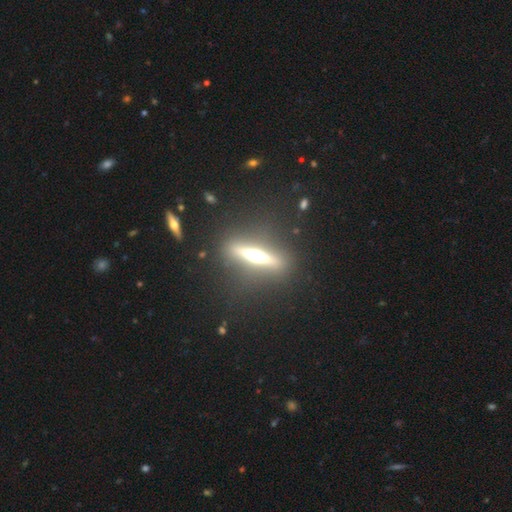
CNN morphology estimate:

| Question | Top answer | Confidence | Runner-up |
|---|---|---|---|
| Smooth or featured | featured or disk | 68% | smooth (20%) |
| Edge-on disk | yes | 90% | no (10%) |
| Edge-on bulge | rounded | 91% | boxy (6%) |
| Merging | none | 87% | minor disturbance (7%) |